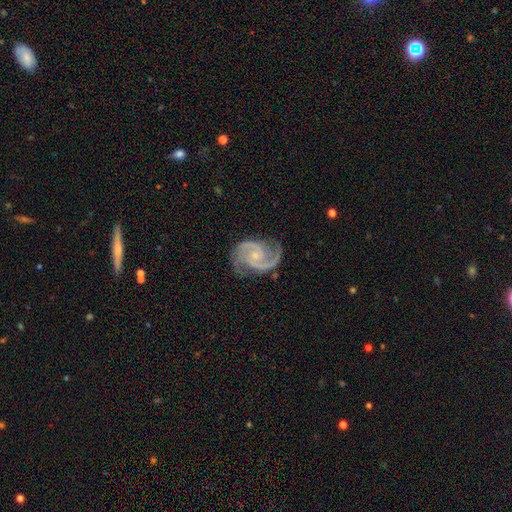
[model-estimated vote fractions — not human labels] This appears to be a featured or disk galaxy (93%) with no bar (62%), 2 (90%) medium (62%) spiral arms (99%) and a small central bulge (74%). Merging: none (77%).